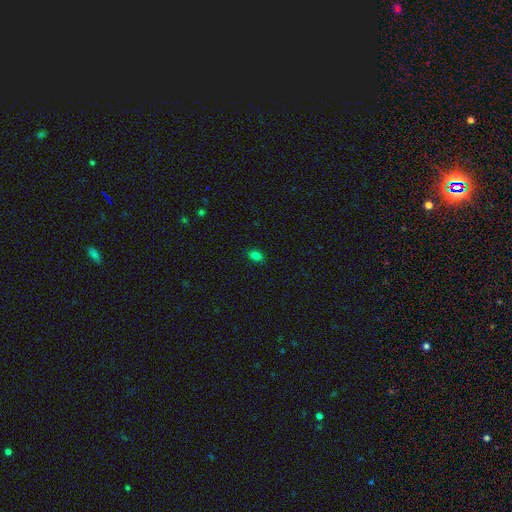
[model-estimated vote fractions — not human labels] Smooth or featured? Predicted: smooth (p=0.81). How rounded? Predicted: in between (p=0.81). Merging? Predicted: none (p=0.87).